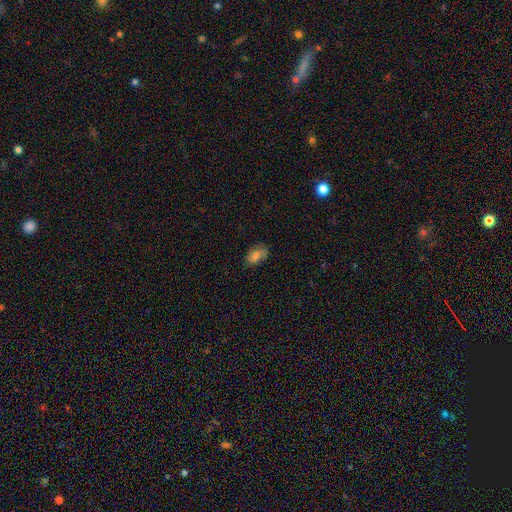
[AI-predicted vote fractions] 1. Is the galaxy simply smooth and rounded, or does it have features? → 68% smooth, 21% featured or disk, 12% star or artifact.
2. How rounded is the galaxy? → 89% in between, 9% round, 3% cigar-shaped.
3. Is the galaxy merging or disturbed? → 74% none, 20% minor disturbance, 5% major disturbance, 1% merger.